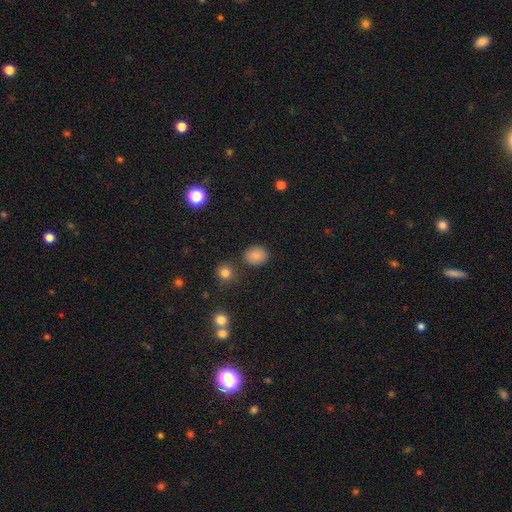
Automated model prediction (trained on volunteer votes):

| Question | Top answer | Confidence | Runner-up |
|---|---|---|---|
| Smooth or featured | smooth | 84% | star or artifact (11%) |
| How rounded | round | 65% | in between (34%) |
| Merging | none | 83% | minor disturbance (10%) |